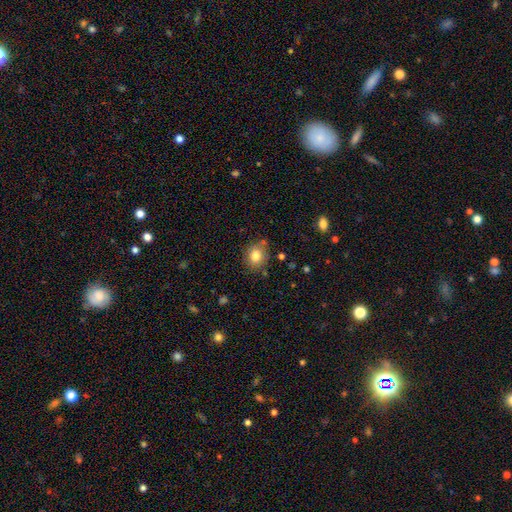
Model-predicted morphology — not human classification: Smooth or featured? Predicted: smooth (p=0.80). How rounded? Predicted: round (p=0.67). Merging? Predicted: none (p=0.75).